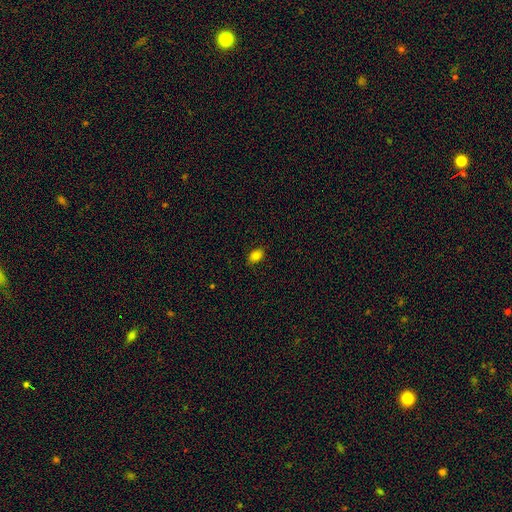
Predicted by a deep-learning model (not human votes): Q: Smooth or featured?
A: smooth (82%); runner-up: star or artifact (11%)
Q: How rounded?
A: in between (82%); runner-up: round (16%)
Q: Merging?
A: none (86%); runner-up: minor disturbance (11%)